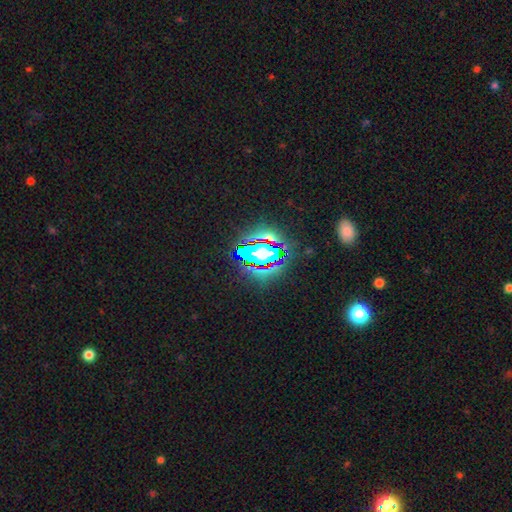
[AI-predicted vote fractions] This is likely a star or artifact rather than a galaxy (66%).